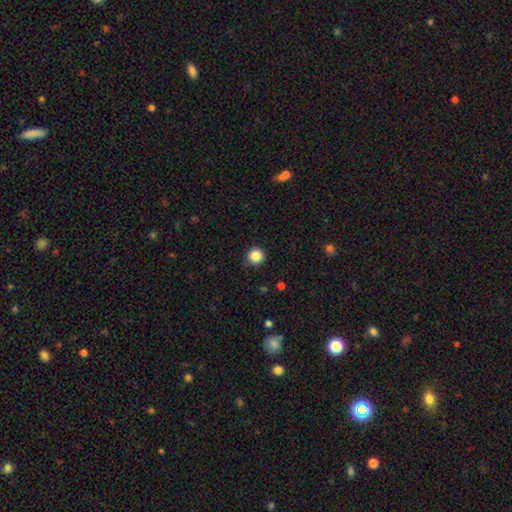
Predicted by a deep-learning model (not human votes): smooth 86%, star or artifact 10%, featured or disk 4%. Down the decision tree: how rounded — round (95%); merging — none (87%).